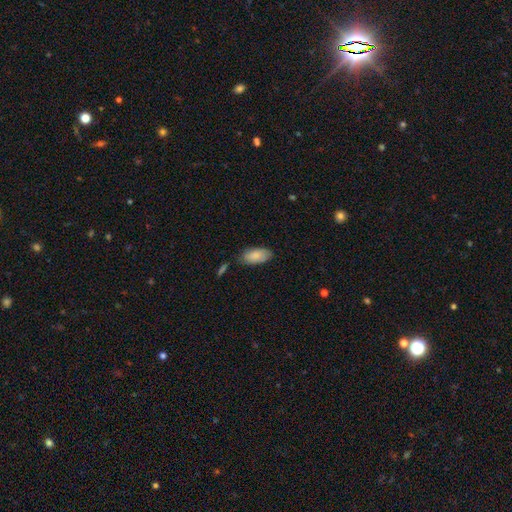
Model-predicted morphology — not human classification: Smooth or featured? Predicted: smooth (p=0.83). How rounded? Predicted: in between (p=0.92). Merging? Predicted: none (p=0.72).